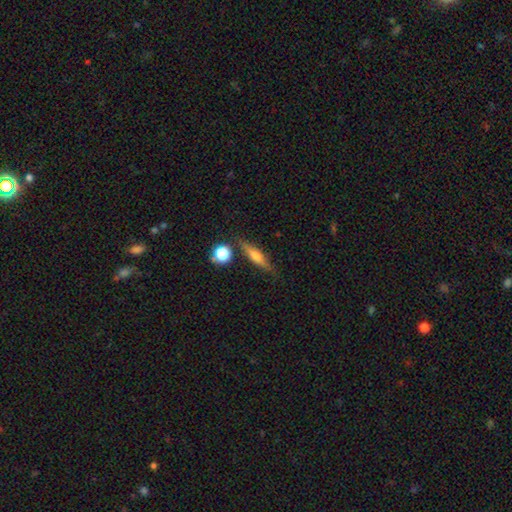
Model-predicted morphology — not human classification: Q: Smooth or featured?
A: smooth (50%); runner-up: featured or disk (41%)
Q: How rounded?
A: cigar-shaped (70%); runner-up: in between (23%)
Q: Merging?
A: none (78%); runner-up: minor disturbance (13%)